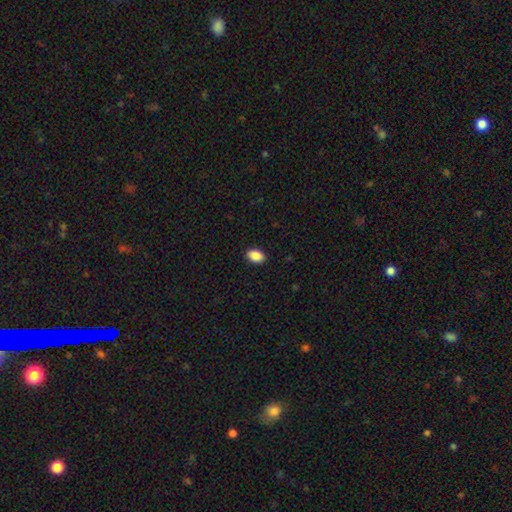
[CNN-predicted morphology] Overall: smooth (90%). How rounded: in between (89%). Merging: none (90%).